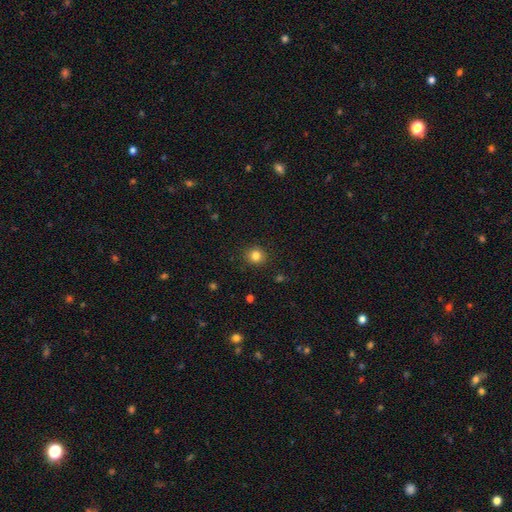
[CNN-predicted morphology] Smooth or featured?
  - smooth: 82% *
  - star or artifact: 12%
  - featured or disk: 6%
How rounded?
  - round: 87% *
  - in between: 12%
  - cigar-shaped: 1%
Merging?
  - none: 90% *
  - minor disturbance: 7%
  - major disturbance: 2%
  - merger: 1%